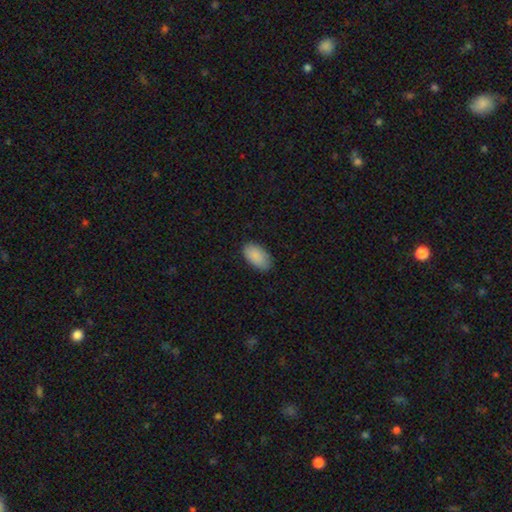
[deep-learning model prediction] The model was most divided on "merging": none: 83%, minor disturbance: 14%, major disturbance: 2%, merger: 1%. More confident: how rounded — in between (95%); smooth or featured — smooth (89%).